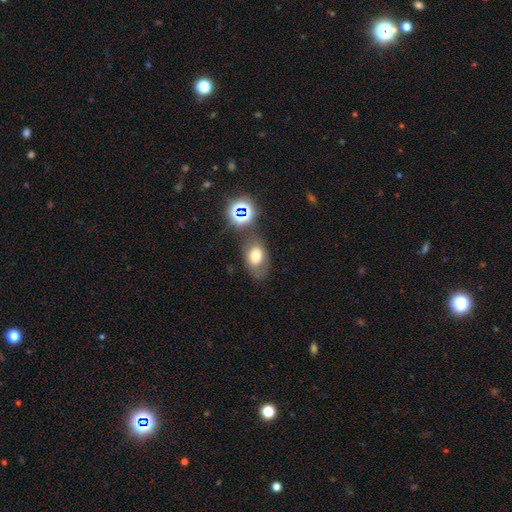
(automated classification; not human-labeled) Smooth or featured: smooth — 64% (featured or disk — 20%)
How rounded: in between — 81% (round — 18%)
Merging: none — 62% (minor disturbance — 19%)